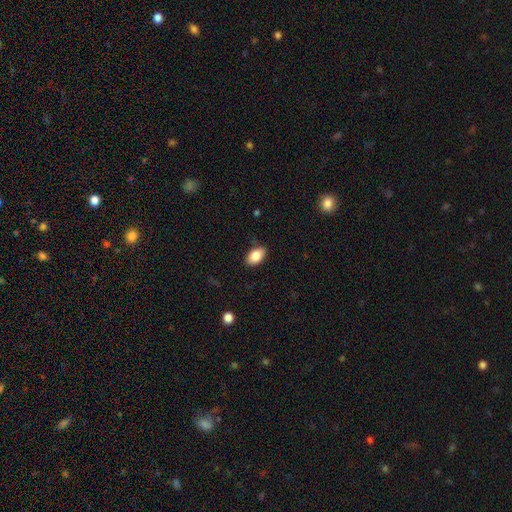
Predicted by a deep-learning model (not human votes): This is clearly a smooth galaxy (86%). How rounded: clearly in between (91%). Merging: clearly none (85%).